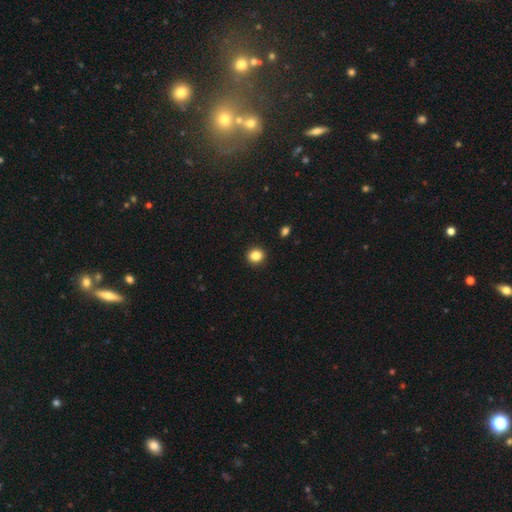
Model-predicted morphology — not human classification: A smooth galaxy with no disk features (85%) that is round (83%). Merging: none (92%).